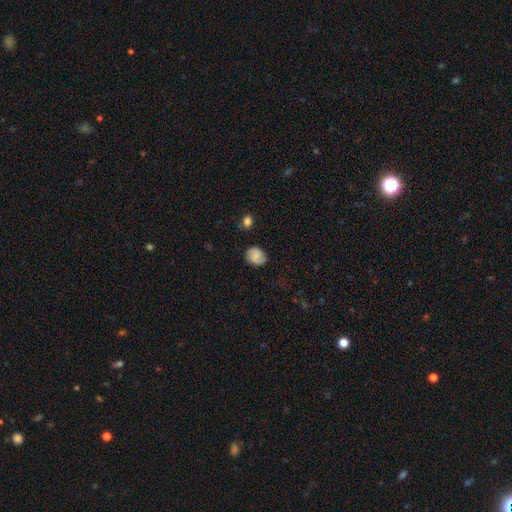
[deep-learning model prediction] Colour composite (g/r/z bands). It shows a smooth galaxy with no disk features (55%) that is round (62%). Merging: none (80%).